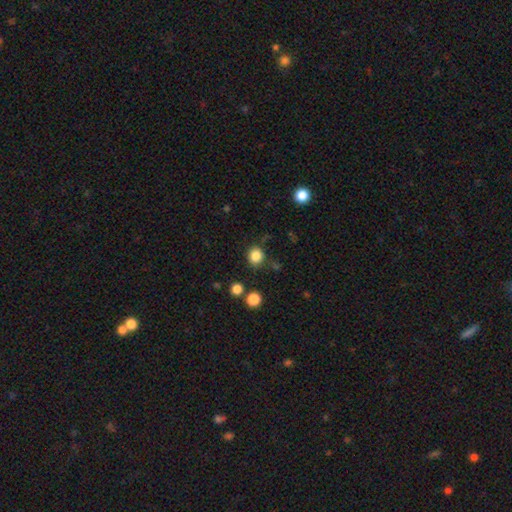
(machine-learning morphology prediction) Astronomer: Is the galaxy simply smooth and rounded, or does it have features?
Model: smooth — 85%.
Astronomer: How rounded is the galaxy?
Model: round — 85%.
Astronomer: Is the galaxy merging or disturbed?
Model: none — 83%.